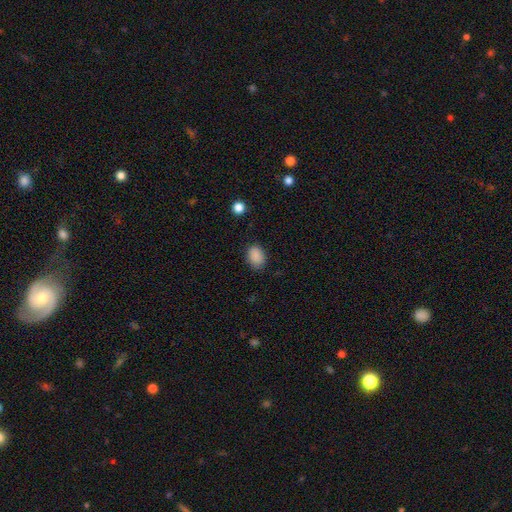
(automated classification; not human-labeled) Smooth or featured?
  - smooth: 88% *
  - star or artifact: 9%
  - featured or disk: 3%
How rounded?
  - in between: 79% *
  - round: 20%
  - cigar-shaped: 1%
Merging?
  - none: 80% *
  - minor disturbance: 15%
  - major disturbance: 3%
  - merger: 1%